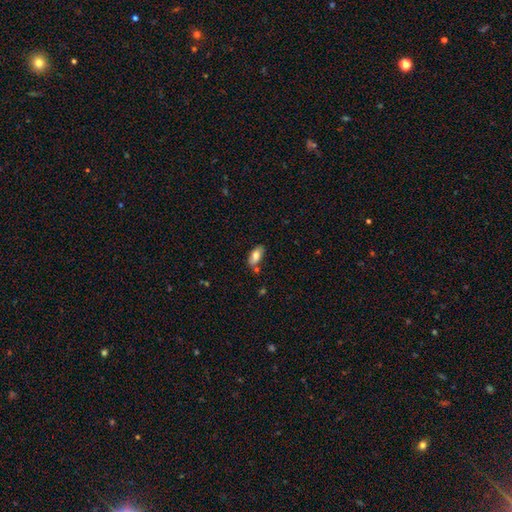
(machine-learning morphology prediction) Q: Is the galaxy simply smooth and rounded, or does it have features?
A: smooth — 75%.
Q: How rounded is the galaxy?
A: in between — 89%.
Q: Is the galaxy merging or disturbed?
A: none — 69%.